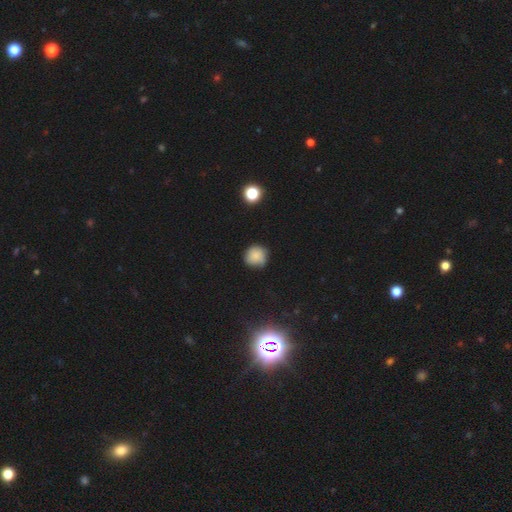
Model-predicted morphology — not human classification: Q: Smooth or featured?
A: smooth (81%); runner-up: star or artifact (11%)
Q: How rounded?
A: round (91%); runner-up: in between (8%)
Q: Merging?
A: none (75%); runner-up: minor disturbance (20%)